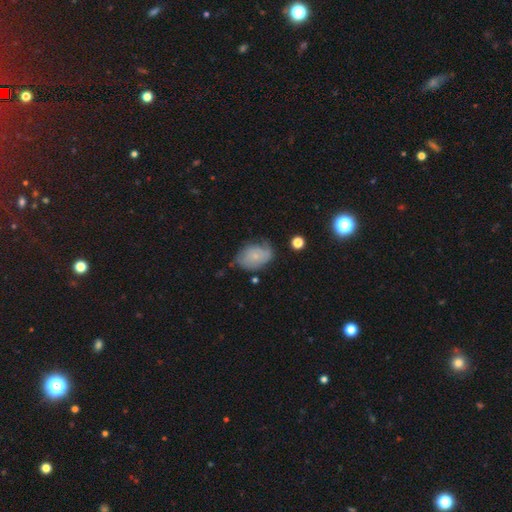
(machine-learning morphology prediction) Smooth or featured? Predicted: smooth (p=0.53). How rounded? Predicted: in between (p=0.78). Merging? Predicted: none (p=0.48).